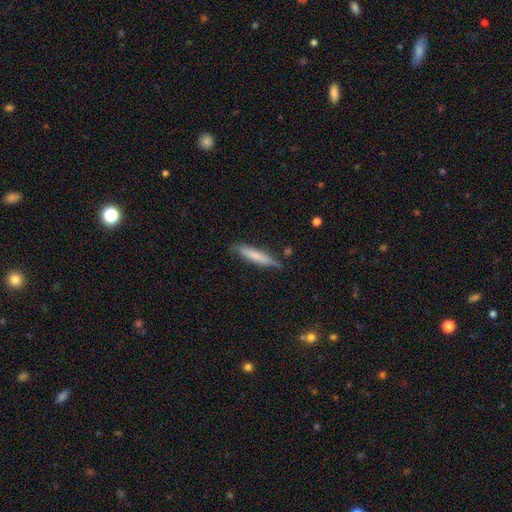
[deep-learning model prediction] Q: Smooth or featured?
A: smooth (71%); runner-up: featured or disk (23%)
Q: How rounded?
A: cigar-shaped (88%); runner-up: in between (10%)
Q: Merging?
A: none (75%); runner-up: minor disturbance (20%)